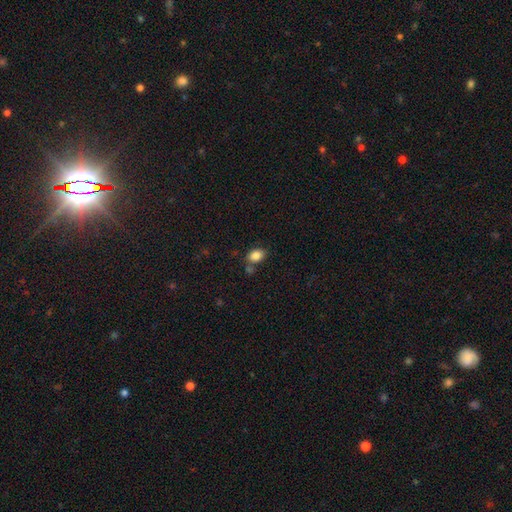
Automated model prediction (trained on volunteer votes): Smooth or featured?
  - smooth: 86% *
  - star or artifact: 9%
  - featured or disk: 5%
How rounded?
  - in between: 81% *
  - round: 18%
  - cigar-shaped: 1%
Merging?
  - none: 67% *
  - minor disturbance: 15%
  - merger: 14%
  - major disturbance: 4%